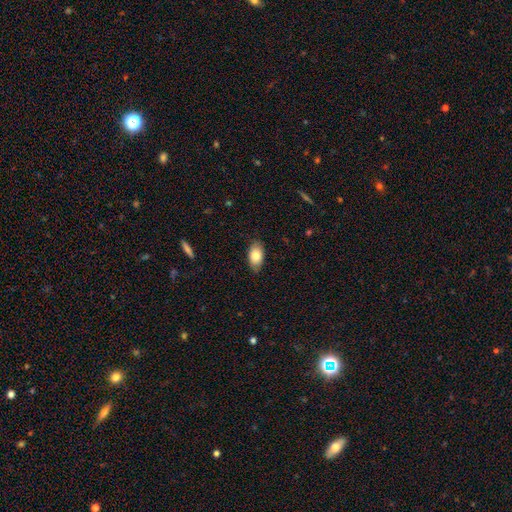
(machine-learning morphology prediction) Q: Smooth or featured?
A: smooth (82%); runner-up: featured or disk (12%)
Q: How rounded?
A: in between (93%); runner-up: round (5%)
Q: Merging?
A: none (83%); runner-up: minor disturbance (14%)